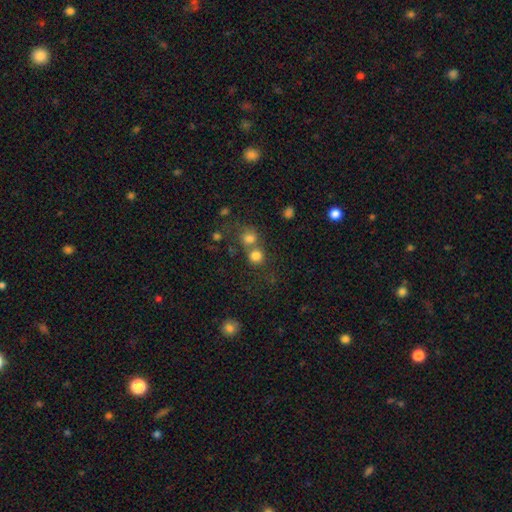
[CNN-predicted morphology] A smooth galaxy with no disk features (78%) that is round (86%).

Vote fractions:
- Smooth or featured? smooth: 78% / star or artifact: 14% / featured or disk: 8%
- How rounded? round: 86% / in between: 13% / cigar-shaped: 1%
- Merging? none: 50% / merger: 39% / minor disturbance: 7% / major disturbance: 4%